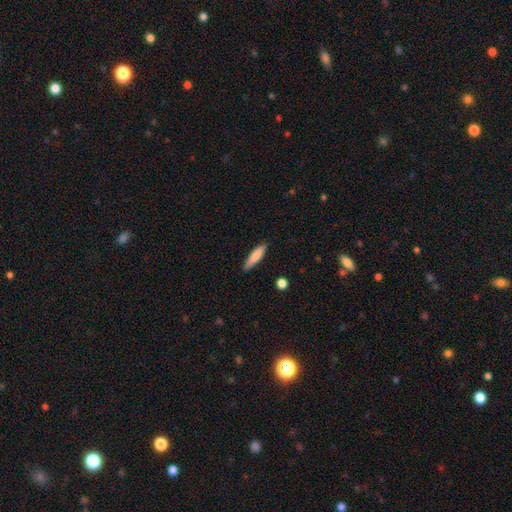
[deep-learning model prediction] Smooth or featured: smooth — 81% (featured or disk — 14%)
How rounded: cigar-shaped — 77% (in between — 22%)
Merging: none — 85% (minor disturbance — 12%)